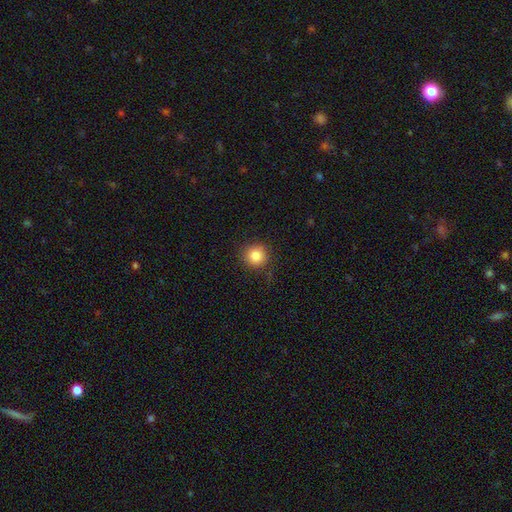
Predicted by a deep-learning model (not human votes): This is clearly a smooth galaxy (84%). How rounded: clearly round (93%). Merging: clearly none (85%).